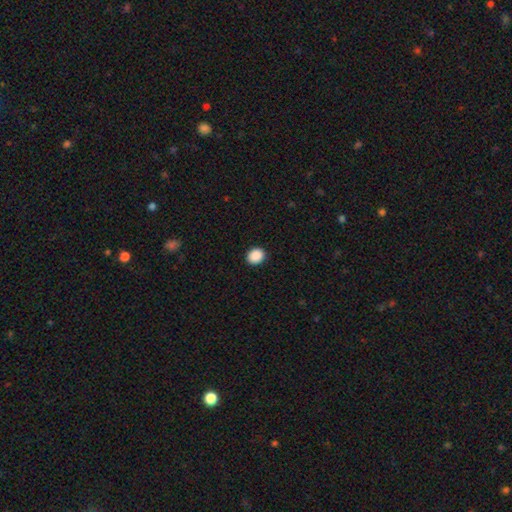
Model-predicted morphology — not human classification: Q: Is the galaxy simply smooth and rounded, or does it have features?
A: smooth — 90%.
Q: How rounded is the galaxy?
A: round — 64%.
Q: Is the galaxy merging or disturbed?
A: none — 92%.